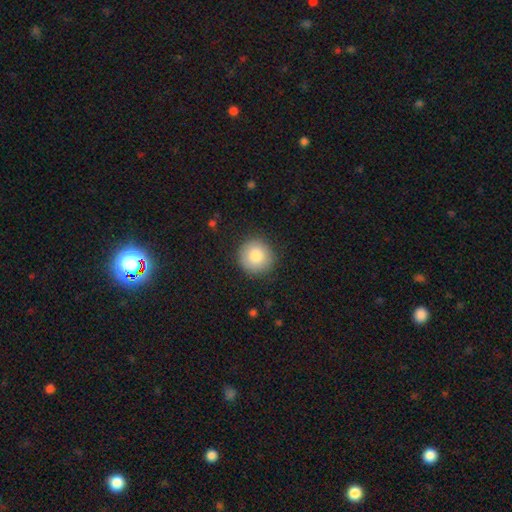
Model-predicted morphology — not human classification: Q: Smooth or featured?
A: smooth (84%); runner-up: featured or disk (8%)
Q: How rounded?
A: round (95%); runner-up: in between (4%)
Q: Merging?
A: none (89%); runner-up: minor disturbance (8%)